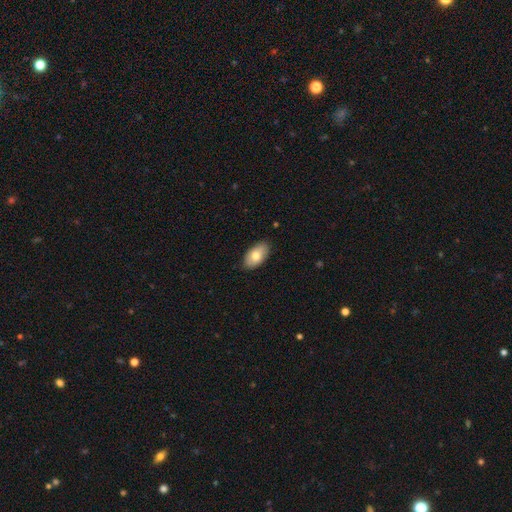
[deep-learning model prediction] This is likely a smooth galaxy (77%). How rounded: clearly in between (94%). Merging: clearly none (87%).